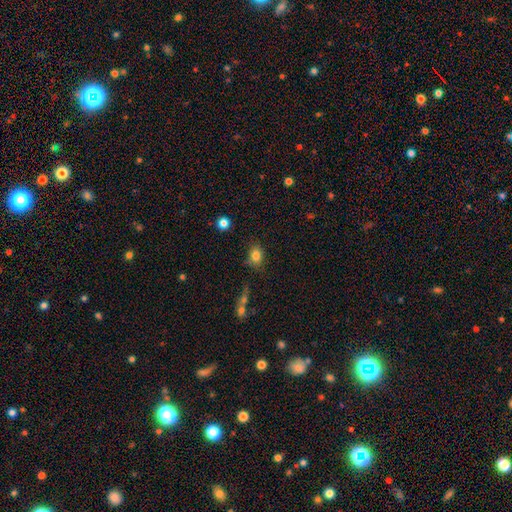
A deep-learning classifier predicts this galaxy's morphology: This appears to be a smooth galaxy with no disk features (82%) that is in between round and cigar-shaped (59%). Merging: none (75%).